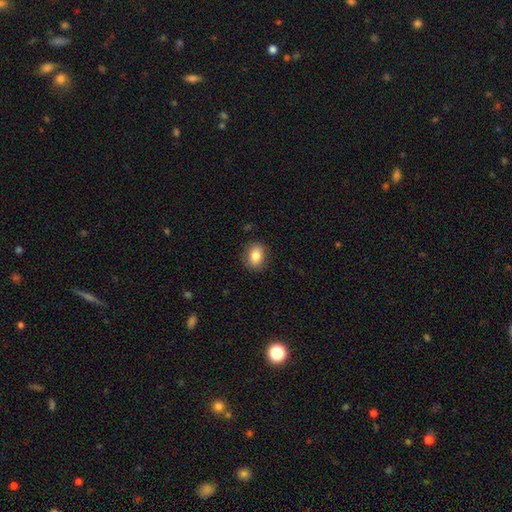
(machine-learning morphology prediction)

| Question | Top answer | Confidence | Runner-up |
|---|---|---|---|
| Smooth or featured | smooth | 84% | star or artifact (9%) |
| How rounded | in between | 60% | round (38%) |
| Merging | none | 87% | minor disturbance (10%) |